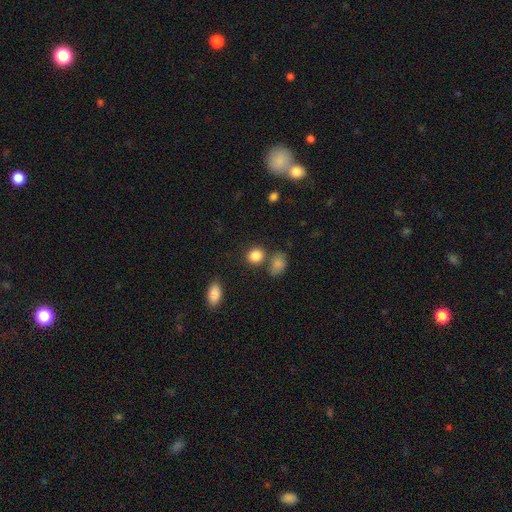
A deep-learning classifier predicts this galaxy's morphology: This is clearly a smooth galaxy (86%). How rounded: likely round (73%). Merging: likely none (71%).